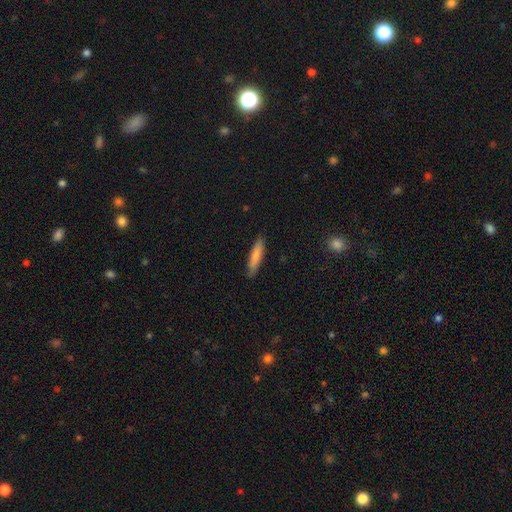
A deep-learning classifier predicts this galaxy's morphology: Smooth or featured? Predicted: smooth (p=0.81). How rounded? Predicted: cigar-shaped (p=0.82). Merging? Predicted: none (p=0.86).